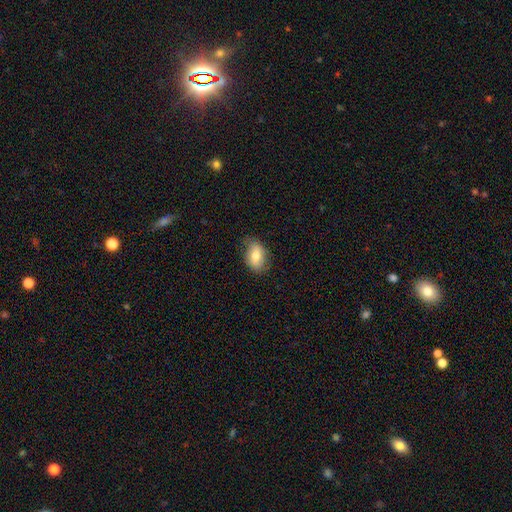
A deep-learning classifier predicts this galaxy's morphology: The model was most divided on "smooth or featured": smooth: 70%, featured or disk: 23%, star or artifact: 7%. More confident: how rounded — in between (84%); merging — none (77%).